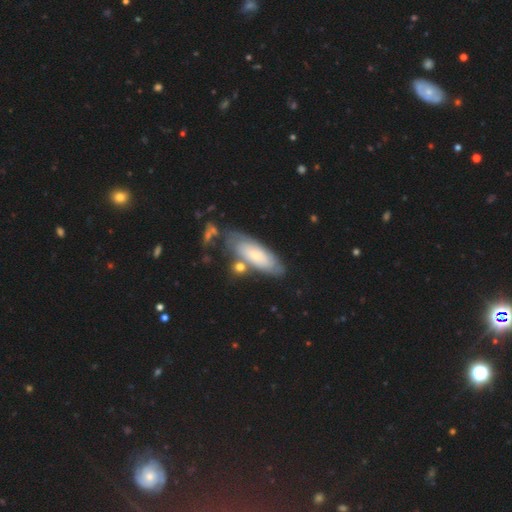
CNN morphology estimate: Smooth or featured: featured or disk — 50% (smooth — 44%)
Edge-on disk: no — 84% (yes — 16%)
Merging: none — 63% (minor disturbance — 19%)